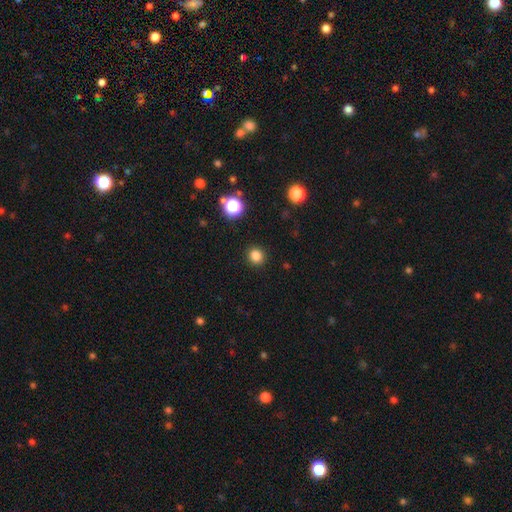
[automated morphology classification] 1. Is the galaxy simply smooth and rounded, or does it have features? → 83% smooth, 13% star or artifact, 4% featured or disk.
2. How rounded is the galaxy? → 88% round, 11% in between, 1% cigar-shaped.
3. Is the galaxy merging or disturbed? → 91% none, 5% minor disturbance, 2% major disturbance, 1% merger.